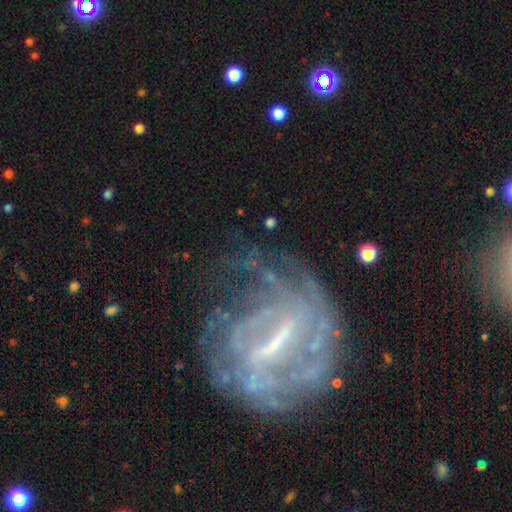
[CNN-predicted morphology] A featured or disk galaxy (82%) with a strong bar (58%), tight (57%) spiral arms (78%) and a small central bulge (42%). Merging: none (55%).